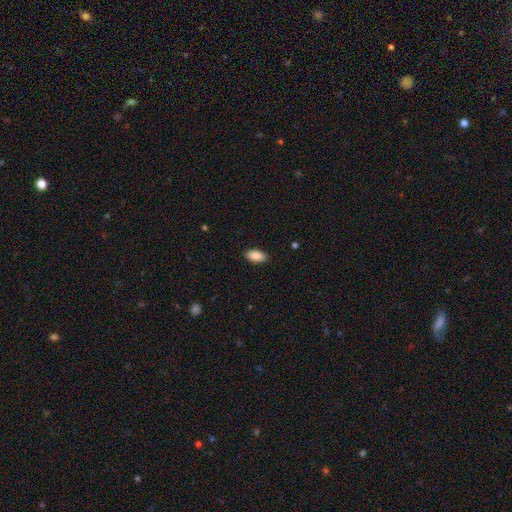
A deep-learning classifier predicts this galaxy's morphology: Overall: smooth (88%). How rounded: in between (94%). Merging: none (88%).